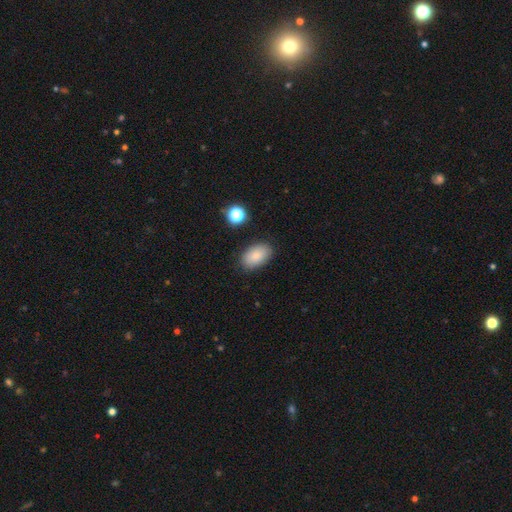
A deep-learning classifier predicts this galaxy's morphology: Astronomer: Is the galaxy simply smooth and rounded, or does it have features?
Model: smooth — 84%.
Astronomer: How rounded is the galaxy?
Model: in between — 92%.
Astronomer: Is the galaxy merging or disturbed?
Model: none — 85%.